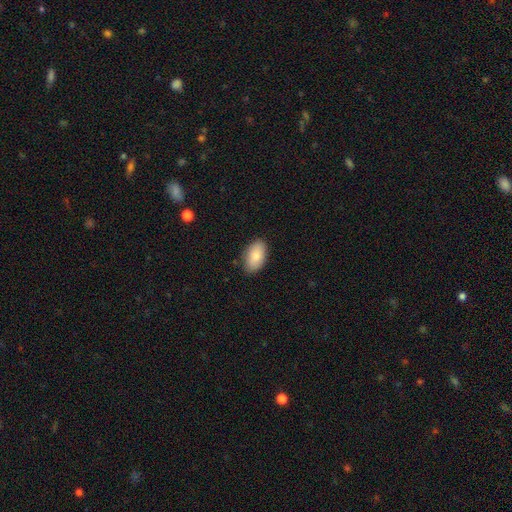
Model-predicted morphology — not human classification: Smooth or featured?
  - smooth: 83% *
  - featured or disk: 10%
  - star or artifact: 7%
How rounded?
  - in between: 94% *
  - round: 5%
  - cigar-shaped: 2%
Merging?
  - none: 85% *
  - minor disturbance: 11%
  - major disturbance: 2%
  - merger: 1%